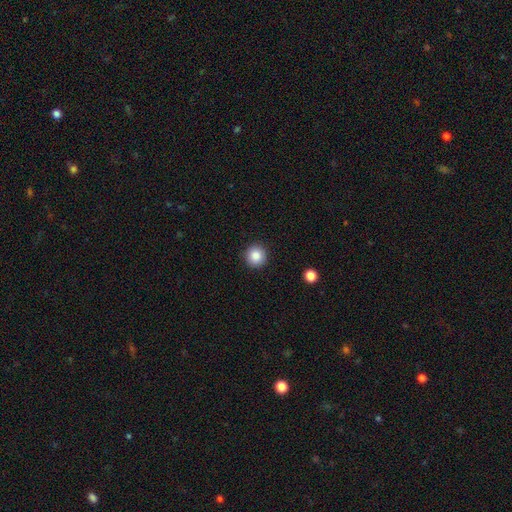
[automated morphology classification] Q: Smooth or featured?
A: smooth (87%); runner-up: star or artifact (9%)
Q: How rounded?
A: round (95%); runner-up: in between (4%)
Q: Merging?
A: none (92%); runner-up: minor disturbance (5%)